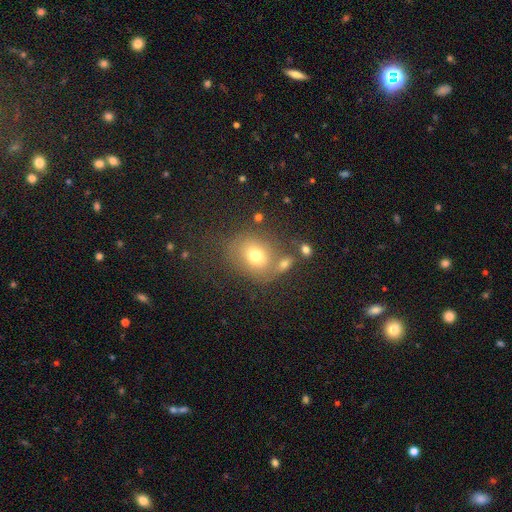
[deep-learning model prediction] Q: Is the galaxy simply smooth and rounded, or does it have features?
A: smooth — 70%.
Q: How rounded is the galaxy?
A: round — 58%.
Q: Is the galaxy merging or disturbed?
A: none — 59%.